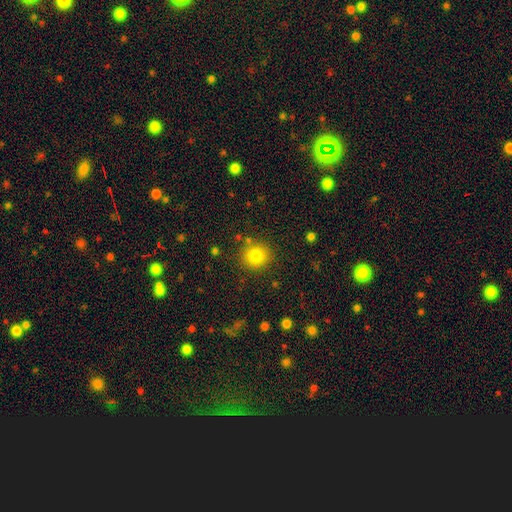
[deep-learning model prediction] Smooth or featured: smooth — 81% (star or artifact — 12%)
How rounded: round — 87% (in between — 12%)
Merging: none — 86% (minor disturbance — 8%)